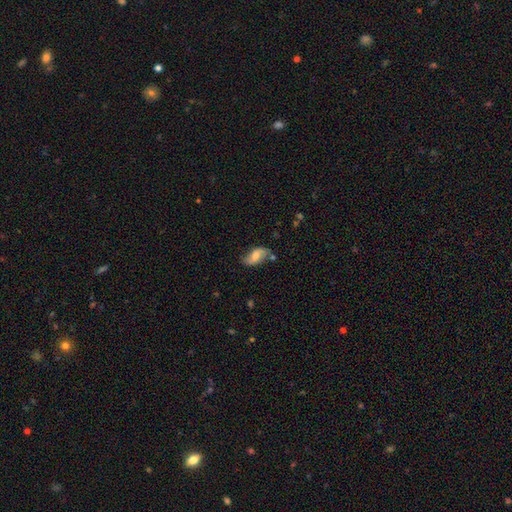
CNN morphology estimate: type=featured or disk (58%); edge-on=no (93%); bar=no (50%); spiral arms=yes (89%); bulge=moderate (52%); merging=none (68%).